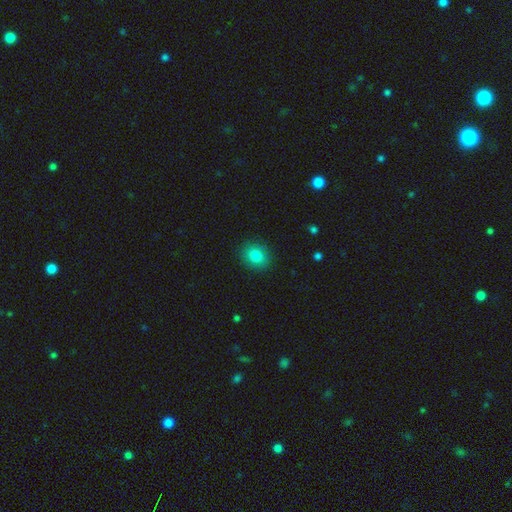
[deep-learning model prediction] smooth_or_featured: smooth (p=0.82) [alt: star or artifact p=0.10]
how_rounded: round (p=0.63) [alt: in between p=0.36]
merging: none (p=0.89) [alt: minor disturbance p=0.07]